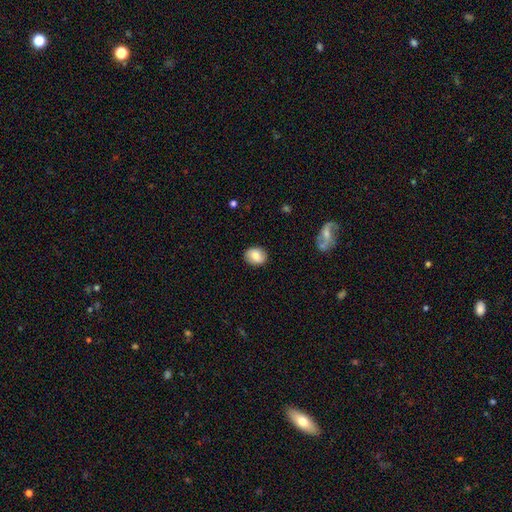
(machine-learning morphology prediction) Overall: smooth (80%). How rounded: in between (50%; round 49%). Merging: none (87%).